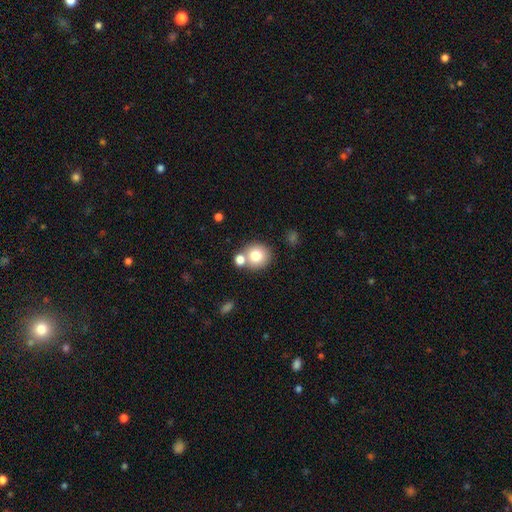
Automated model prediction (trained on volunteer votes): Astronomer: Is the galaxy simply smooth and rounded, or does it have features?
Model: smooth — 78%.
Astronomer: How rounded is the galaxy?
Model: round — 87%.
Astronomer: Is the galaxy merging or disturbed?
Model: none — 63%.